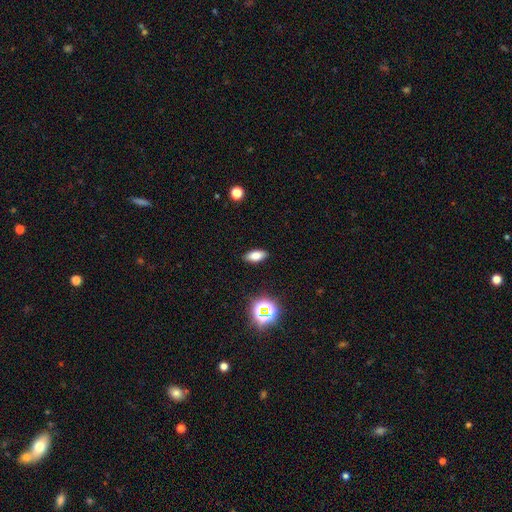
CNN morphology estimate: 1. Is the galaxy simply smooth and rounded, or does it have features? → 76% smooth, 14% star or artifact, 10% featured or disk.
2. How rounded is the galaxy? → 84% in between, 11% cigar-shaped, 5% round.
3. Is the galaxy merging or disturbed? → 89% none, 8% minor disturbance, 2% major disturbance, 1% merger.